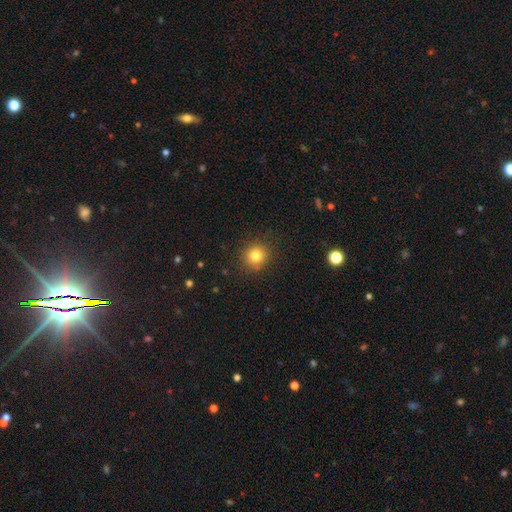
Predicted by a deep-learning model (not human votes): This is clearly a smooth galaxy (81%). How rounded: clearly round (88%). Merging: clearly none (89%).